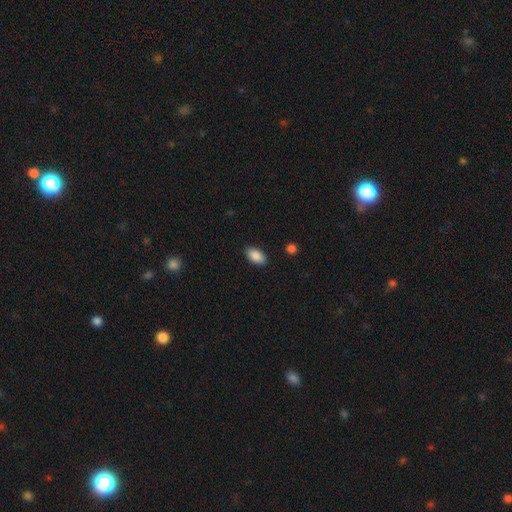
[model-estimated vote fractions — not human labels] This appears to be a smooth galaxy with no disk features (88%) that is in between round and cigar-shaped (94%). Merging: none (88%).